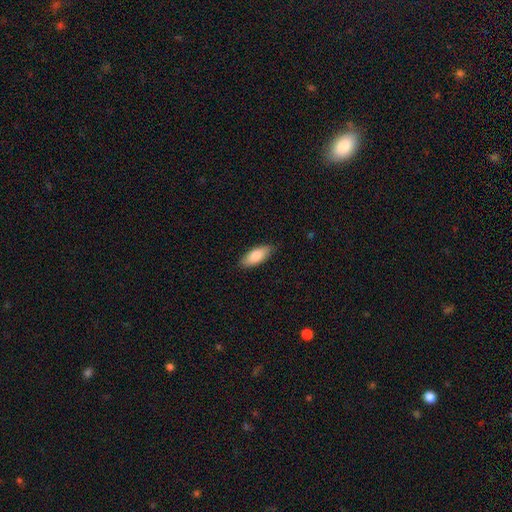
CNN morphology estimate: This appears to be a smooth galaxy with no disk features (84%) that is in between round and cigar-shaped (78%). Merging: none (86%).